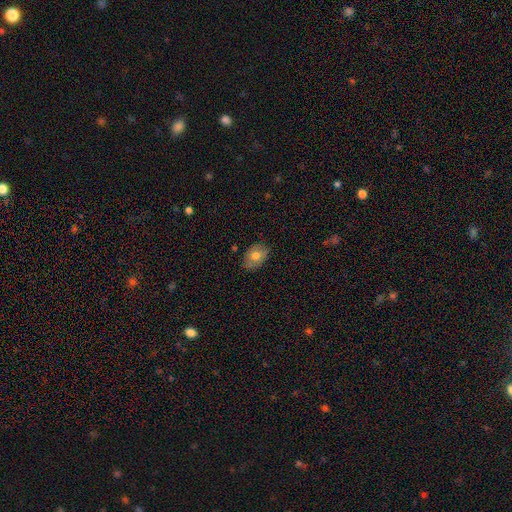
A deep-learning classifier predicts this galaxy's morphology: A smooth galaxy with no disk features (68%) that is in between round and cigar-shaped (74%). Merging: none (80%).